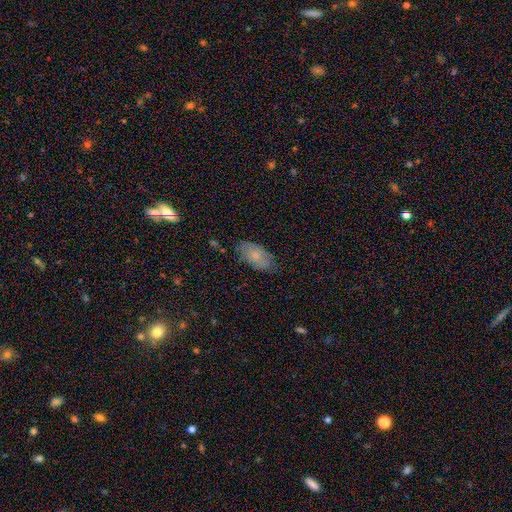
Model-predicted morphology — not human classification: Q: Smooth or featured?
A: smooth (67%); runner-up: featured or disk (25%)
Q: How rounded?
A: in between (92%); runner-up: cigar-shaped (4%)
Q: Merging?
A: none (72%); runner-up: minor disturbance (22%)